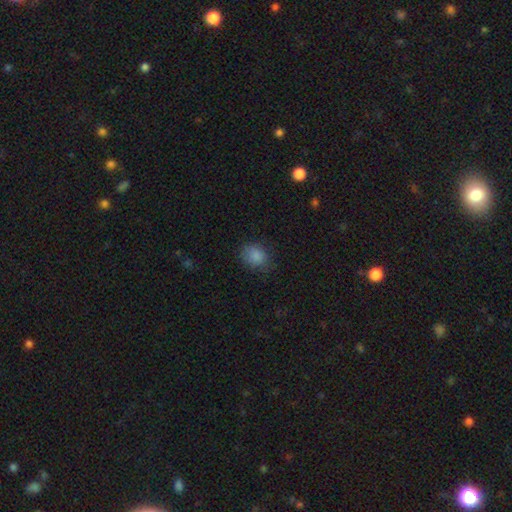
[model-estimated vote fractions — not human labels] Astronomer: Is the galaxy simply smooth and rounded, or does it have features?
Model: smooth — 85%.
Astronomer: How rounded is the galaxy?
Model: round — 64%.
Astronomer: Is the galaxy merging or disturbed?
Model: none — 73%.